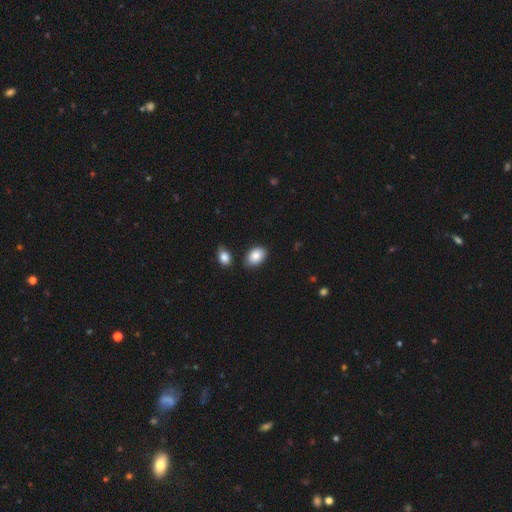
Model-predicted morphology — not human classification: Smooth or featured: smooth — 86% (featured or disk — 7%)
How rounded: in between — 86% (round — 12%)
Merging: none — 79% (minor disturbance — 11%)